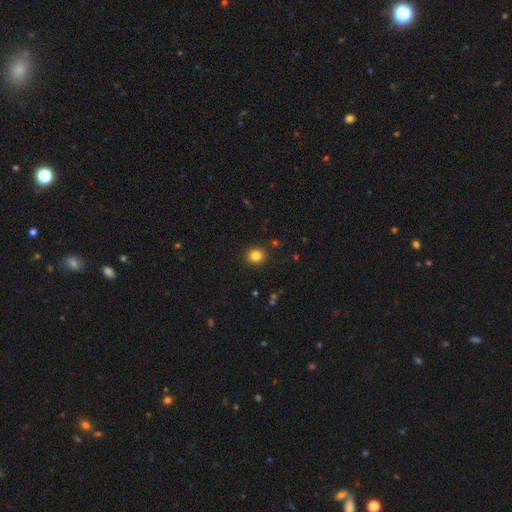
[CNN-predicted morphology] This is clearly a smooth galaxy (83%). How rounded: clearly round (87%). Merging: clearly none (91%).